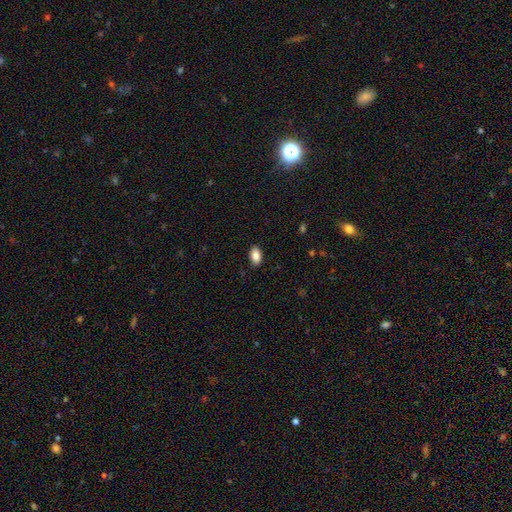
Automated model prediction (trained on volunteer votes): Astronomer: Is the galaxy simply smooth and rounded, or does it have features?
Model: smooth — 88%.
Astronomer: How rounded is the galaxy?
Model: in between — 91%.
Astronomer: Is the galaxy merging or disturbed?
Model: none — 88%.